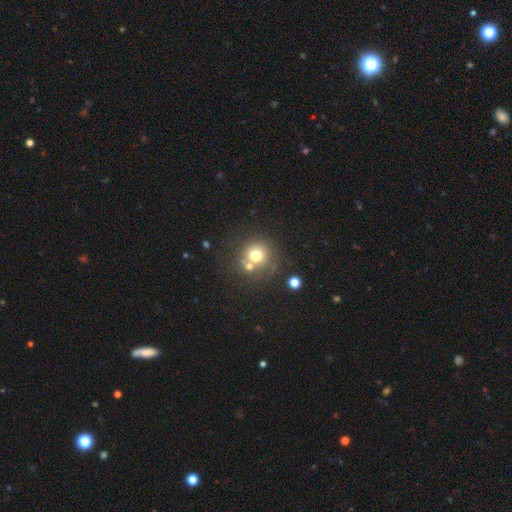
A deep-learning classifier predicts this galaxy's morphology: A smooth galaxy with no disk features (69%) that is round (92%).

Vote fractions:
- Smooth or featured? smooth: 69% / featured or disk: 16% / star or artifact: 15%
- How rounded? round: 92% / in between: 7% / cigar-shaped: 1%
- Merging? none: 61% / merger: 24% / minor disturbance: 10% / major disturbance: 5%